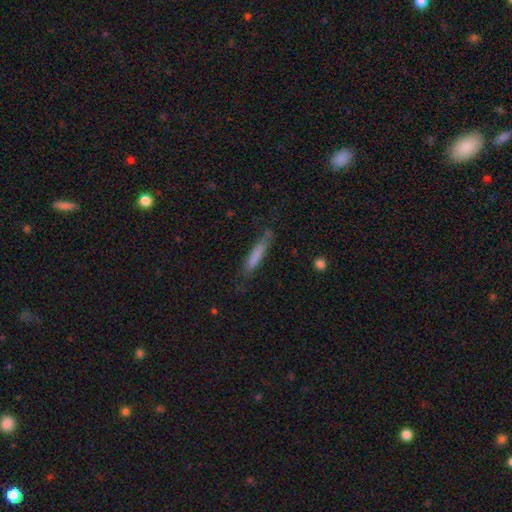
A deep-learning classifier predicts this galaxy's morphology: smooth_or_featured: smooth (p=0.73) [alt: featured or disk p=0.20]
how_rounded: cigar-shaped (p=0.91) [alt: in between p=0.07]
merging: none (p=0.69) [alt: minor disturbance p=0.22]